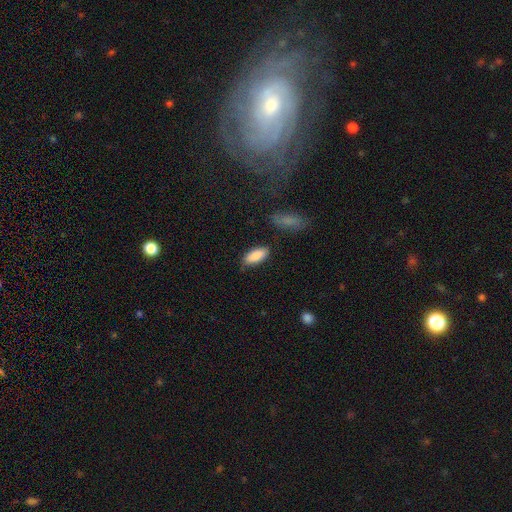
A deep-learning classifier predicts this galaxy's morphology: type=smooth (87%); roundness=in between (85%); merging=none (80%).